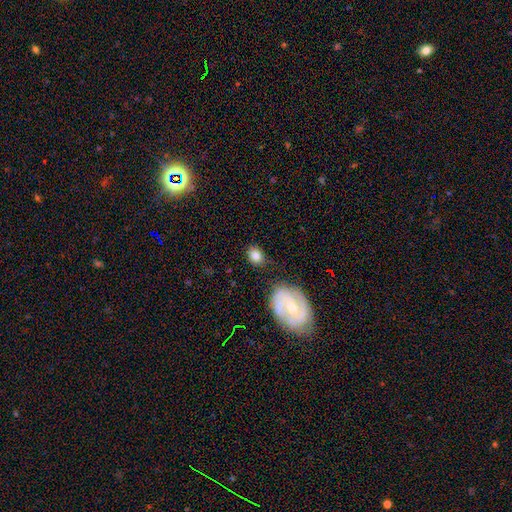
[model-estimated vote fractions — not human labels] This is likely a smooth galaxy (77%). How rounded: possibly in between (51%). Merging: likely none (76%).